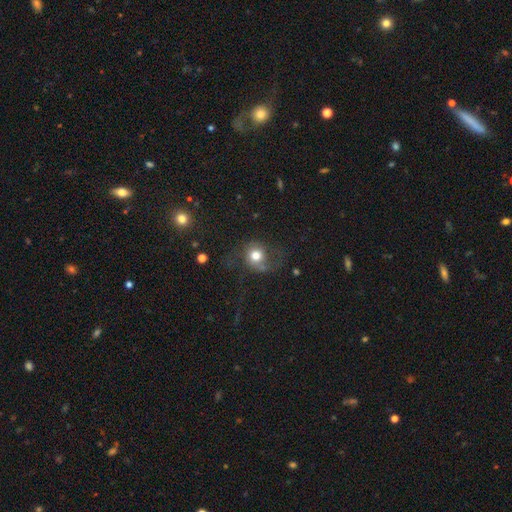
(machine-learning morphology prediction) smooth-or-featured: smooth: 62% | featured or disk: 26% | star or artifact: 12%
  how-rounded: round: 81% | in between: 18% | cigar-shaped: 1%
  merging: none: 46% | major disturbance: 32% | minor disturbance: 19% | merger: 3%